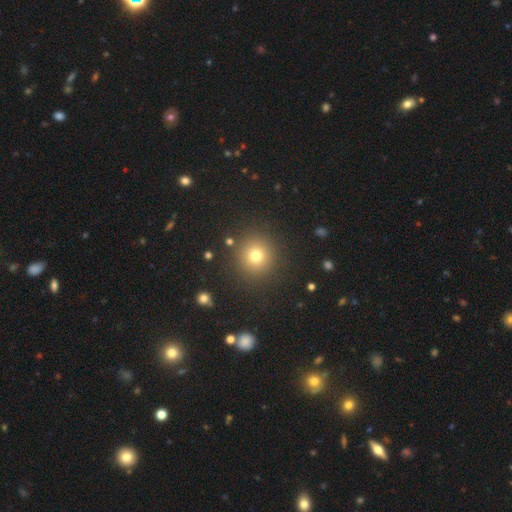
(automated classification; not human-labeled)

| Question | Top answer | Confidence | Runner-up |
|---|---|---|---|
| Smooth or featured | smooth | 75% | star or artifact (17%) |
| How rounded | round | 93% | in between (6%) |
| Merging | none | 89% | minor disturbance (6%) |